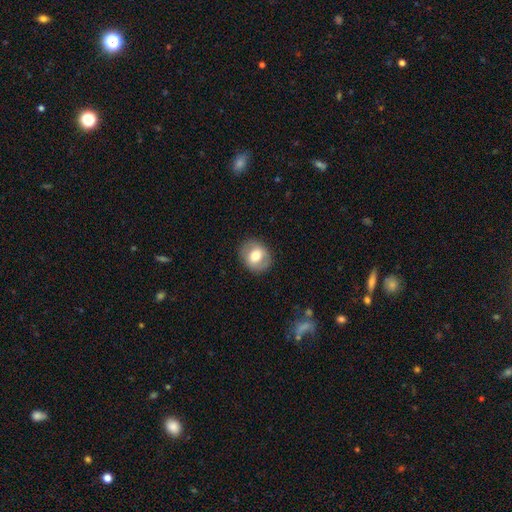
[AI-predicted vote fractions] Smooth or featured: smooth — 62% (featured or disk — 30%)
How rounded: round — 62% (in between — 37%)
Merging: none — 86% (minor disturbance — 10%)